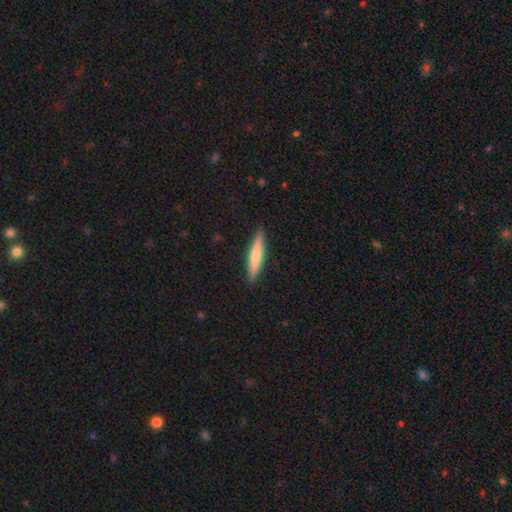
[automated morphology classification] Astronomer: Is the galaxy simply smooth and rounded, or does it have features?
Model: smooth — 66%.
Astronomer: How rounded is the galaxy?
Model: cigar-shaped — 91%.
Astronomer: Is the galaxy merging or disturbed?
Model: none — 91%.